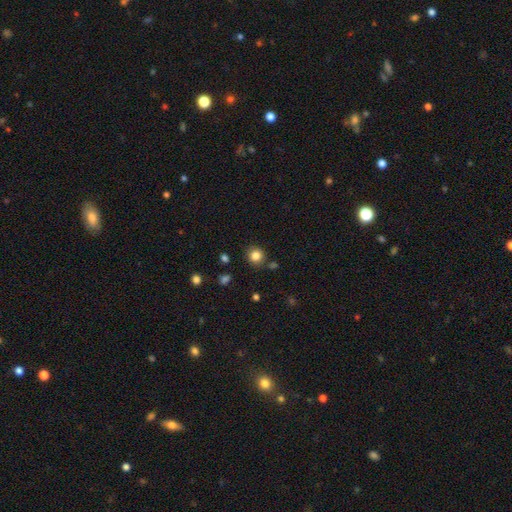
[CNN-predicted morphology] Smooth or featured?
  - smooth: 83% *
  - star or artifact: 12%
  - featured or disk: 5%
How rounded?
  - round: 91% *
  - in between: 8%
  - cigar-shaped: 1%
Merging?
  - none: 85% *
  - minor disturbance: 8%
  - merger: 4%
  - major disturbance: 3%